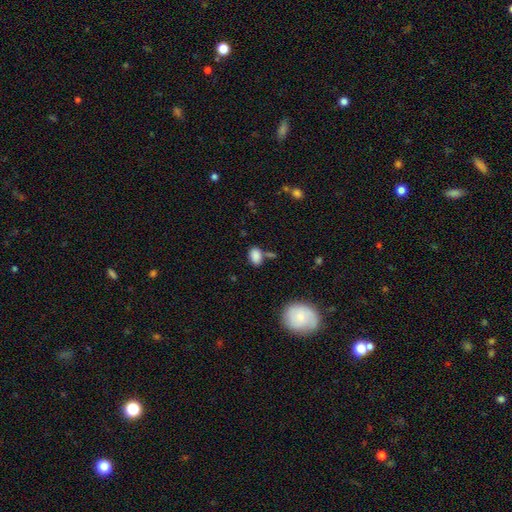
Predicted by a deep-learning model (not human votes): smooth_or_featured: smooth (p=0.86) [alt: star or artifact p=0.09]
how_rounded: in between (p=0.88) [alt: round p=0.10]
merging: none (p=0.63) [alt: minor disturbance p=0.17]